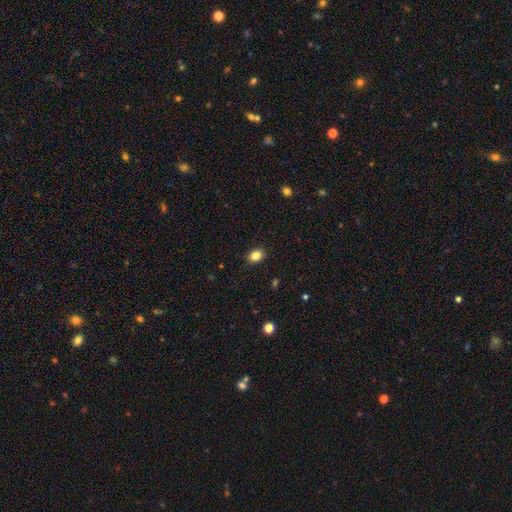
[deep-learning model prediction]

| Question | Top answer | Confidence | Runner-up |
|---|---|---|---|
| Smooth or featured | smooth | 84% | star or artifact (10%) |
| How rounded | in between | 64% | round (35%) |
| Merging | none | 89% | minor disturbance (8%) |